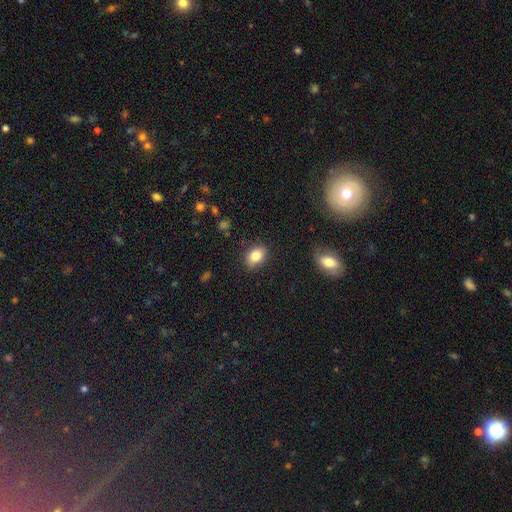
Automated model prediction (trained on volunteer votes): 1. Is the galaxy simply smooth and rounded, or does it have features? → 83% smooth, 9% star or artifact, 8% featured or disk.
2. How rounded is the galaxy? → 75% in between, 23% round, 1% cigar-shaped.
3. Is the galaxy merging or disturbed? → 84% none, 12% minor disturbance, 3% major disturbance, 1% merger.